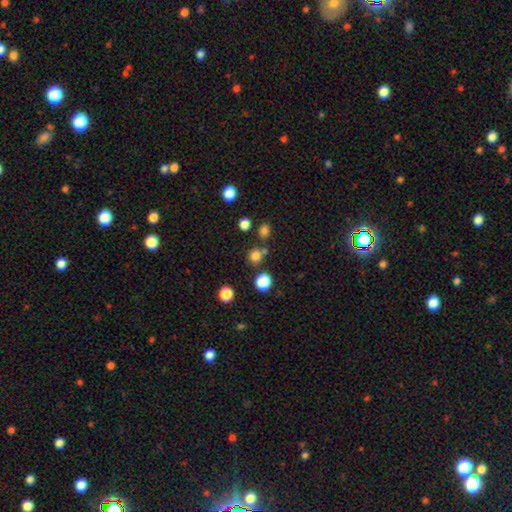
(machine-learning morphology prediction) smooth 78%, star or artifact 17%, featured or disk 5%. Down the decision tree: how rounded — round (87%); merging — none (72%).